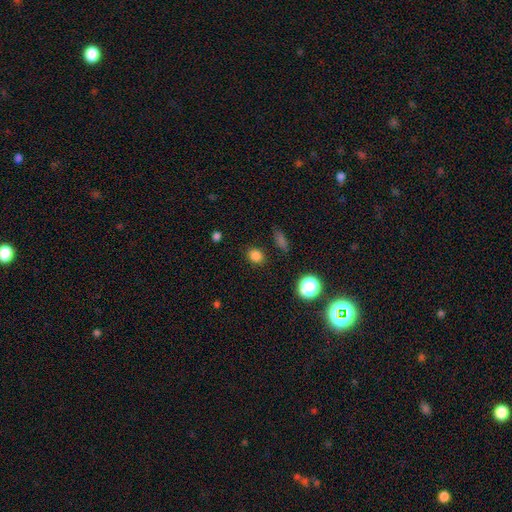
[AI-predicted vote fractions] The model was most divided on "how rounded": round: 64%, in between: 35%, cigar-shaped: 1%. More confident: merging — none (86%); smooth or featured — smooth (80%).